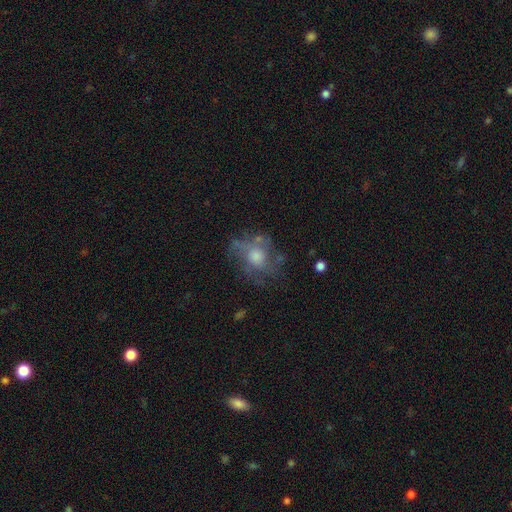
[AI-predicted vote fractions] Q: Smooth or featured?
A: featured or disk (58%); runner-up: smooth (29%)
Q: Edge-on disk?
A: no (96%); runner-up: yes (4%)
Q: Bar?
A: no (83%); runner-up: weak (15%)
Q: Spiral arms?
A: yes (56%); runner-up: no (44%)
Q: Bulge size?
A: moderate (55%); runner-up: large (22%)
Q: Merging?
A: none (58%); runner-up: major disturbance (20%)